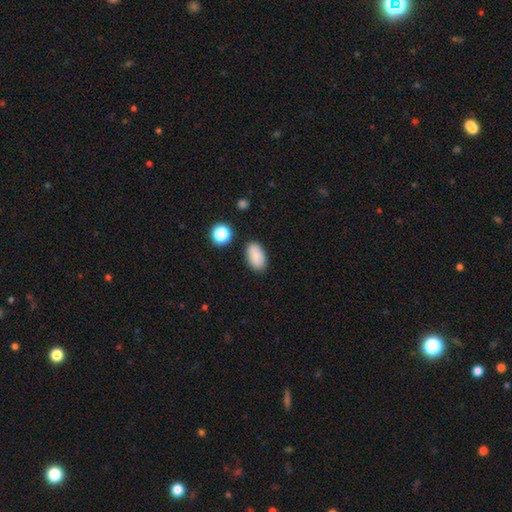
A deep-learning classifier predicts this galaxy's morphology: smooth 87%, star or artifact 8%, featured or disk 5%. Down the decision tree: how rounded — in between (92%); merging — none (86%).